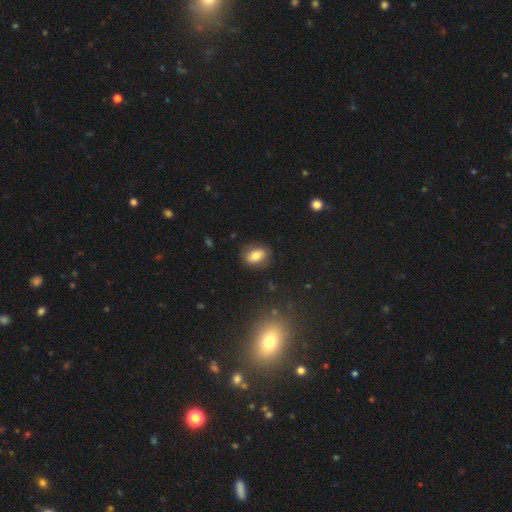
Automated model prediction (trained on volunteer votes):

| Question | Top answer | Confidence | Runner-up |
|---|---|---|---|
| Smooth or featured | smooth | 78% | featured or disk (13%) |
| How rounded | in between | 75% | round (23%) |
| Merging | none | 84% | minor disturbance (11%) |